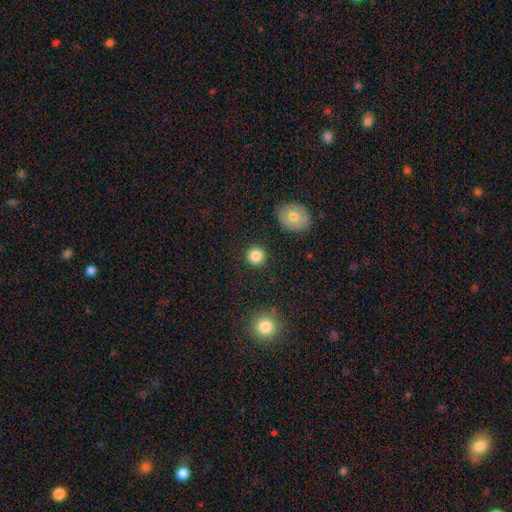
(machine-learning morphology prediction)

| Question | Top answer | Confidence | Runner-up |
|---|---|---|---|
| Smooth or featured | smooth | 85% | star or artifact (10%) |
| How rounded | round | 94% | in between (5%) |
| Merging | none | 90% | minor disturbance (6%) |